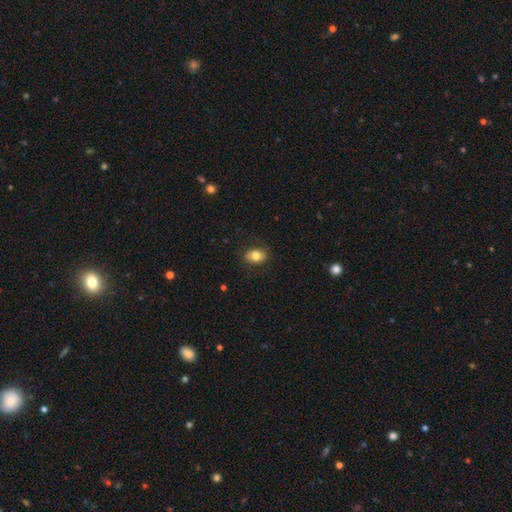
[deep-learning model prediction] Overall: smooth (79%). How rounded: in between (76%). Merging: none (82%).